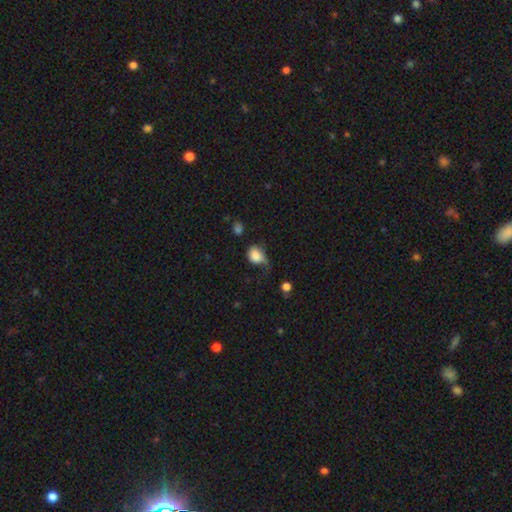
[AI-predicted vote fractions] Smooth or featured: smooth — 76% (featured or disk — 15%)
How rounded: in between — 58% (round — 41%)
Merging: major disturbance — 40% (minor disturbance — 32%)